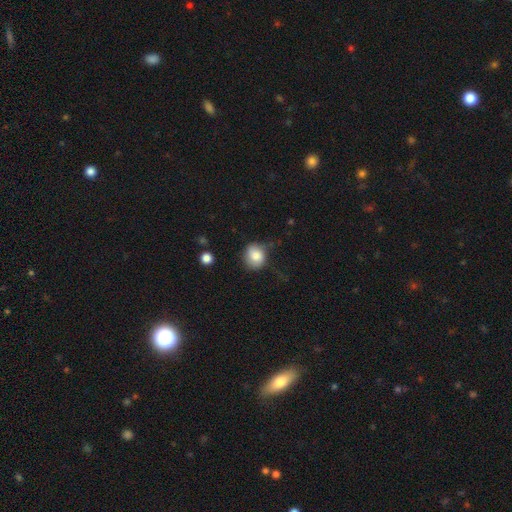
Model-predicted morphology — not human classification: Q: Smooth or featured?
A: smooth (81%); runner-up: featured or disk (11%)
Q: How rounded?
A: round (74%); runner-up: in between (25%)
Q: Merging?
A: none (54%); runner-up: minor disturbance (30%)